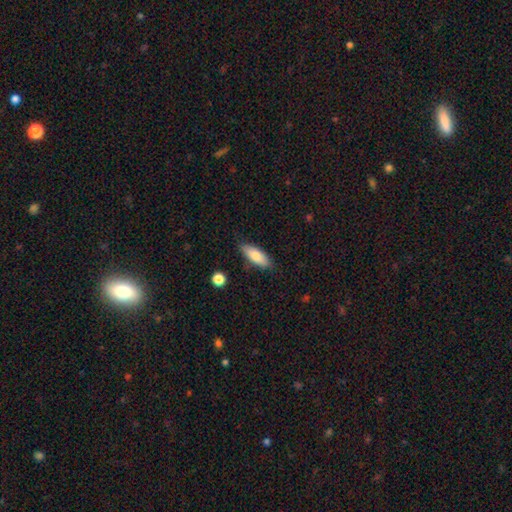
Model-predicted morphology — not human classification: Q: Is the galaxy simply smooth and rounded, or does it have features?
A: smooth — 79%.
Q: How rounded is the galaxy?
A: in between — 70%.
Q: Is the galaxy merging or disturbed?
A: none — 80%.